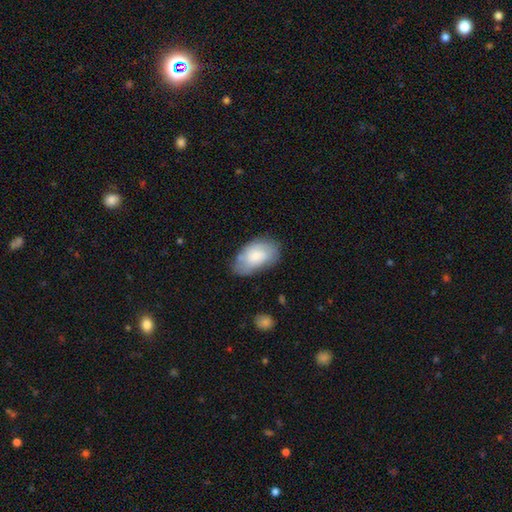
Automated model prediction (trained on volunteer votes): The model was most divided on "merging": none: 64%, minor disturbance: 26%, major disturbance: 7%, merger: 3%. More confident: how rounded — in between (93%); smooth or featured — smooth (66%).